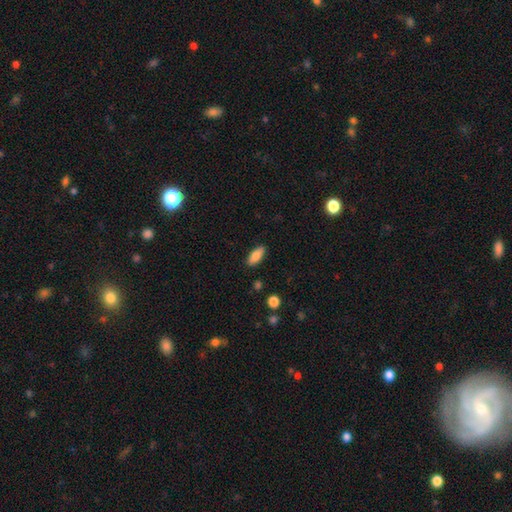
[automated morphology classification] A smooth galaxy with no disk features (81%) that is in between round and cigar-shaped (81%). Merging: none (88%).